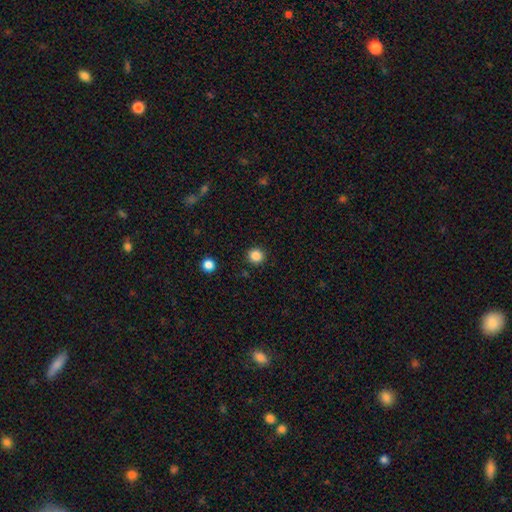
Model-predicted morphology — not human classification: Q: Smooth or featured?
A: smooth (85%); runner-up: star or artifact (12%)
Q: How rounded?
A: round (93%); runner-up: in between (6%)
Q: Merging?
A: none (91%); runner-up: minor disturbance (5%)